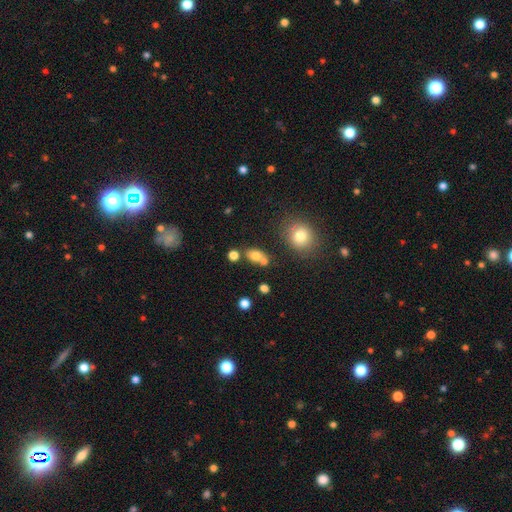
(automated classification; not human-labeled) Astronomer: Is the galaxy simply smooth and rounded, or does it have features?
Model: smooth — 75%.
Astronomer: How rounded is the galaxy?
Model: in between — 64%.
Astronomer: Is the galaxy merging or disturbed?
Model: none — 51% (runner-up: merger, 31%).